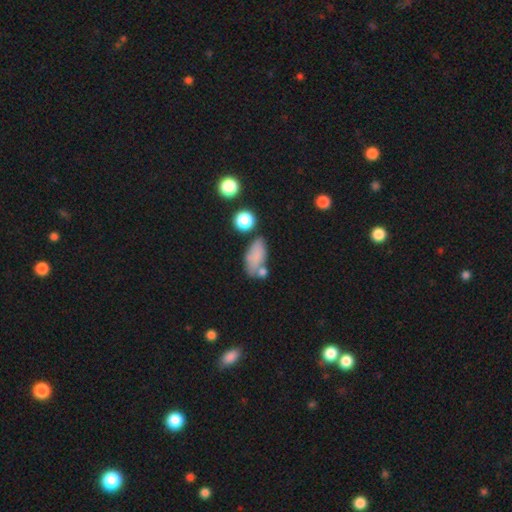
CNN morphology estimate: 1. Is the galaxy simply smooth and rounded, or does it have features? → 75% smooth, 14% featured or disk, 11% star or artifact.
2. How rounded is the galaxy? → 86% in between, 8% cigar-shaped, 6% round.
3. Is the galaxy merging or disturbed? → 48% none, 22% minor disturbance, 20% merger, 10% major disturbance.